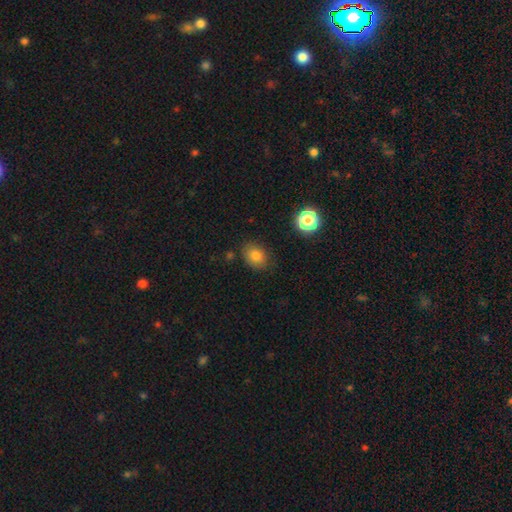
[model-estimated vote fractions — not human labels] Morphology: type=smooth (81%); roundness=in between (56%); merging=none (81%).